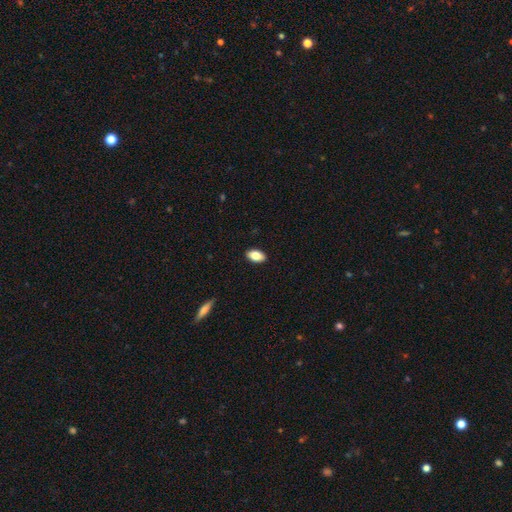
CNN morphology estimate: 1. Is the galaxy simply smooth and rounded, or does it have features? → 82% smooth, 11% featured or disk, 7% star or artifact.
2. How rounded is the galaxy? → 93% in between, 4% round, 3% cigar-shaped.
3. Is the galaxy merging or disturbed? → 90% none, 7% minor disturbance, 2% major disturbance, 1% merger.